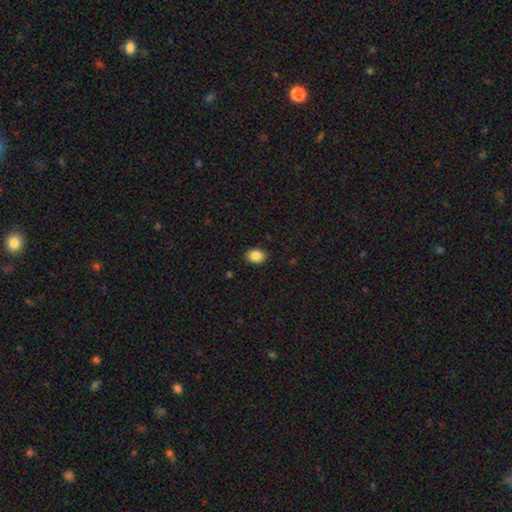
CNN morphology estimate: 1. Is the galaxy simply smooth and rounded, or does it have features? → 87% smooth, 9% star or artifact, 4% featured or disk.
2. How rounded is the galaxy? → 68% in between, 31% round, 1% cigar-shaped.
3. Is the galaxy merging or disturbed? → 88% none, 8% minor disturbance, 2% major disturbance, 1% merger.